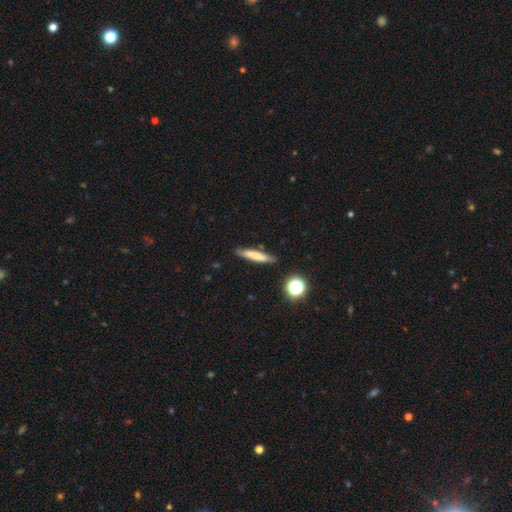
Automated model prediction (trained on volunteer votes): smooth-or-featured: smooth: 72% | featured or disk: 19% | star or artifact: 9%
  how-rounded: cigar-shaped: 88% | in between: 9% | round: 2%
  merging: none: 84% | minor disturbance: 11% | major disturbance: 2% | merger: 2%